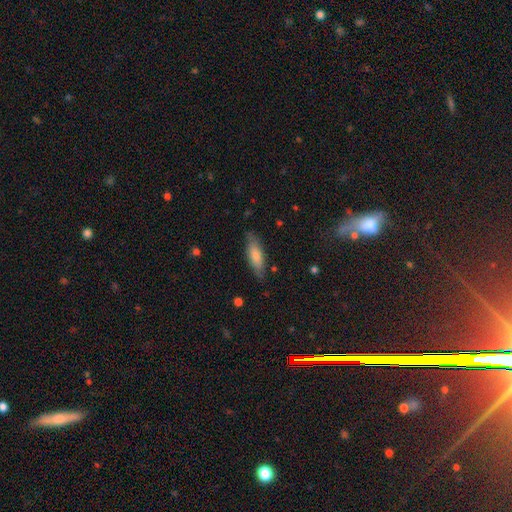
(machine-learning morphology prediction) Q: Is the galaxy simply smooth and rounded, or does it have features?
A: smooth — 75%.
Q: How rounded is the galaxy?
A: in between — 56%.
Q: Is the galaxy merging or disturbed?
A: none — 80%.